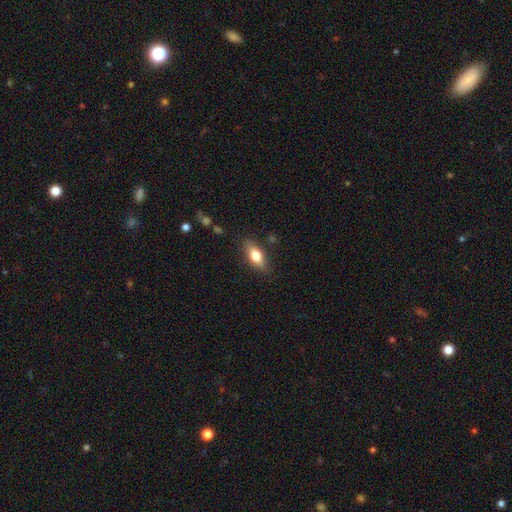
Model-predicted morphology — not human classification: The model was most divided on "smooth or featured": smooth: 71%, featured or disk: 22%, star or artifact: 7%. More confident: merging — none (83%); how rounded — in between (76%).